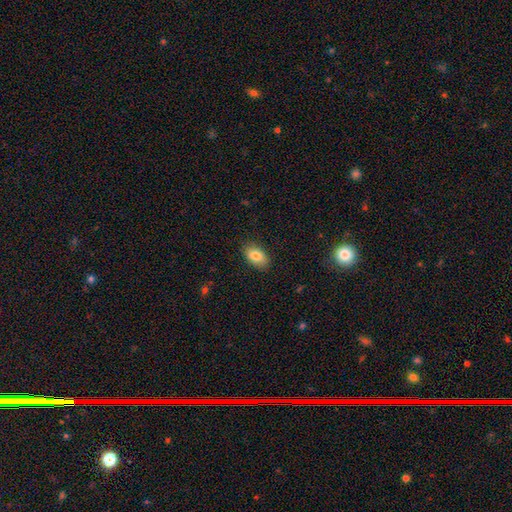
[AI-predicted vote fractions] smooth-or-featured: smooth: 82% | featured or disk: 11% | star or artifact: 7%
  how-rounded: in between: 91% | round: 7% | cigar-shaped: 2%
  merging: none: 86% | minor disturbance: 10% | major disturbance: 2% | merger: 1%